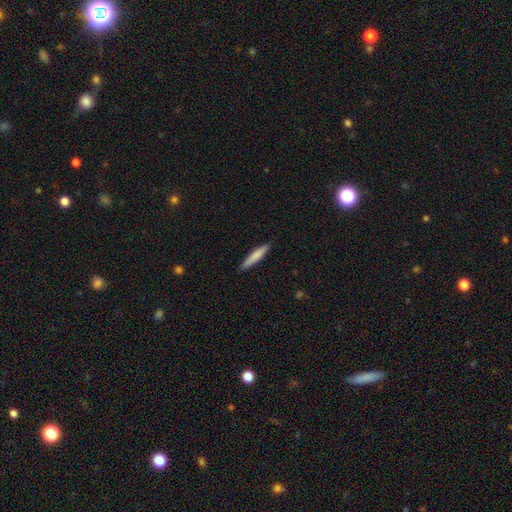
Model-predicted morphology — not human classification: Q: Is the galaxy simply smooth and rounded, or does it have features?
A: smooth — 74%.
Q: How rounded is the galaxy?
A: cigar-shaped — 92%.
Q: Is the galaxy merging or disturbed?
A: none — 90%.